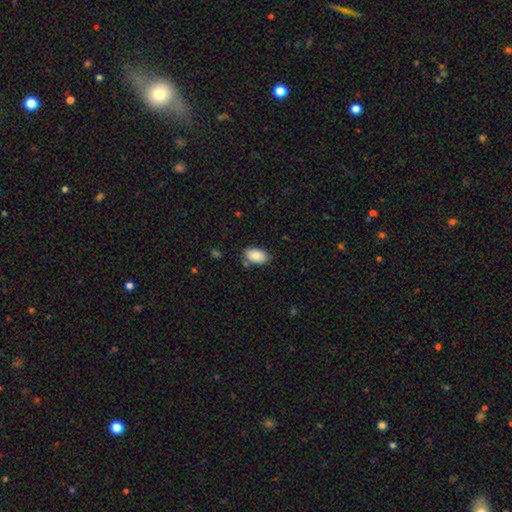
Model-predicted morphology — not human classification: Smooth or featured? Predicted: smooth (p=0.86). How rounded? Predicted: in between (p=0.93). Merging? Predicted: none (p=0.79).